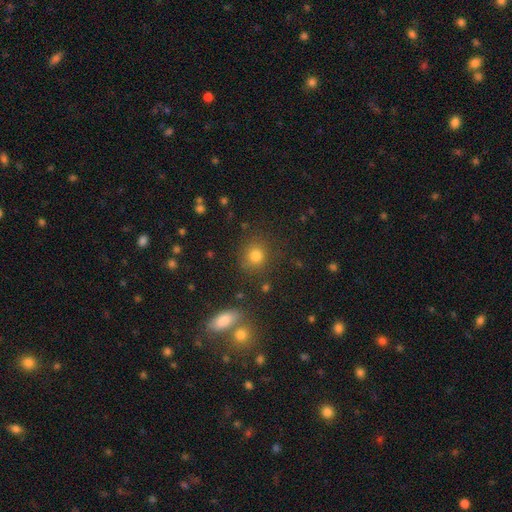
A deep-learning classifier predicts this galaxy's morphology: Smooth or featured? smooth (79%)
How rounded? round (85%)
Merging? none (83%)